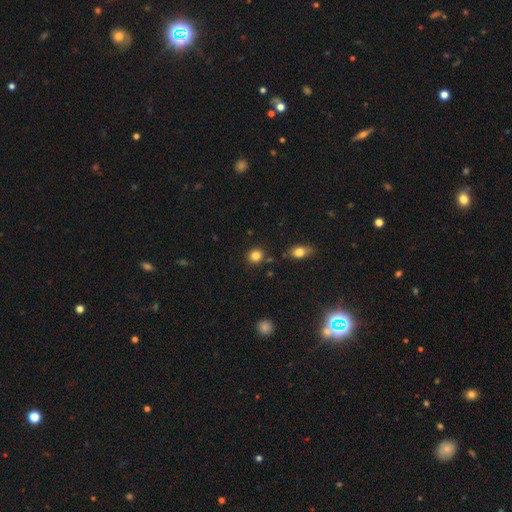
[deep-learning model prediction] Q: Smooth or featured?
A: smooth (84%); runner-up: star or artifact (11%)
Q: How rounded?
A: round (83%); runner-up: in between (16%)
Q: Merging?
A: none (85%); runner-up: minor disturbance (8%)